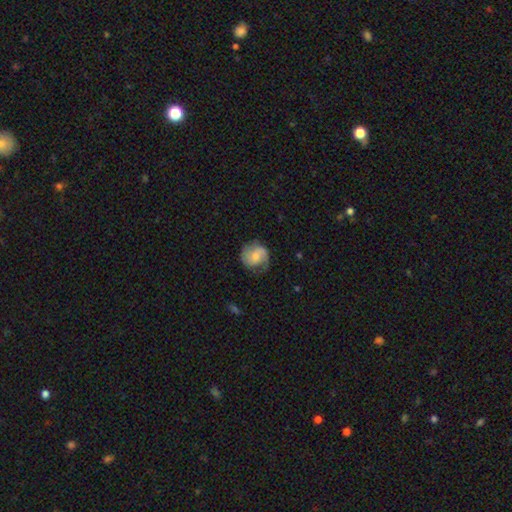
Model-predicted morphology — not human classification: The model was most divided on "bulge size": small: 44%, moderate: 39%, none: 11%, large: 5%, dominant: 1%. Remaining: edge-on disk — no (98%); spiral arms — yes (93%); spiral arm count — 2 (69%); smooth or featured — featured or disk (65%); merging — none (65%); bar — no (53%); spiral winding — medium (44%).